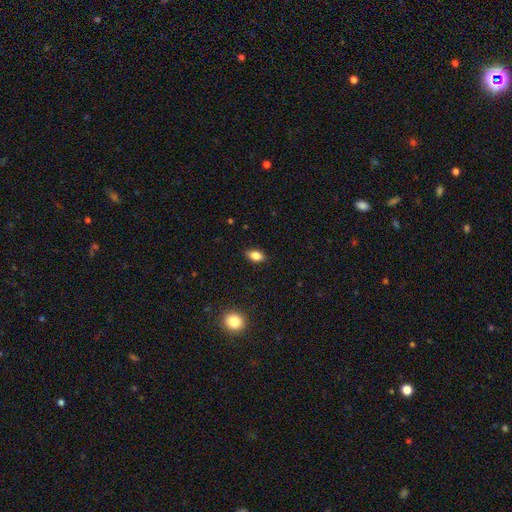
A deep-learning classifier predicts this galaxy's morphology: A smooth galaxy with no disk features (83%) that is in between round and cigar-shaped (87%). Merging: none (85%).